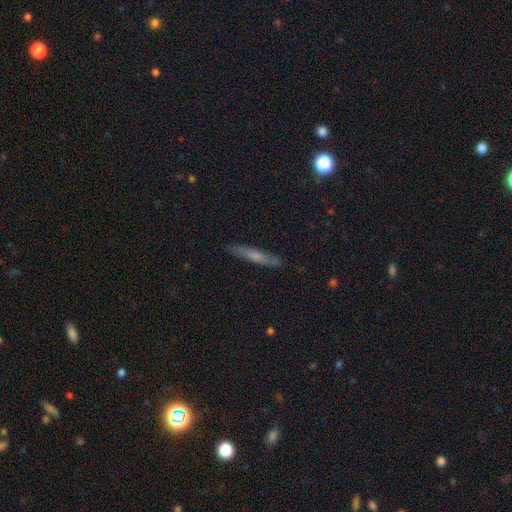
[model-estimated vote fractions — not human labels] Morphology: type=smooth (52%); roundness=cigar-shaped (92%); merging=none (85%).